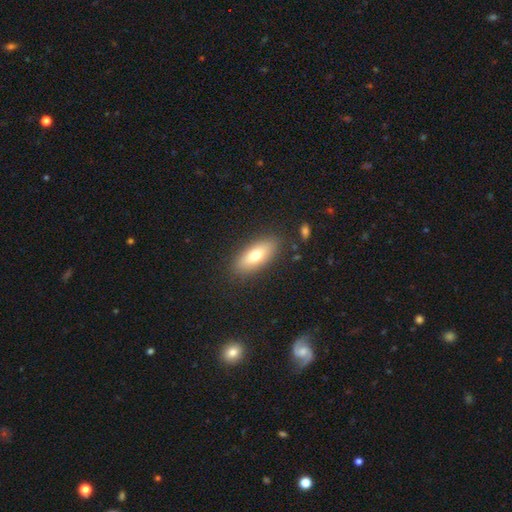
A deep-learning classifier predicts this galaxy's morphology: Smooth or featured? Predicted: smooth (p=0.70). How rounded? Predicted: in between (p=0.77). Merging? Predicted: none (p=0.86).